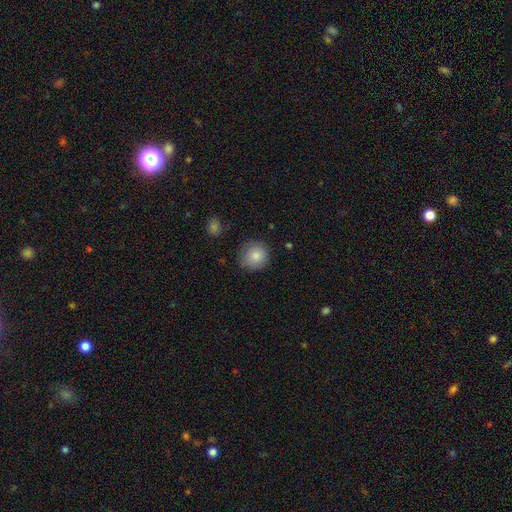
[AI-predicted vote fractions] Smooth or featured: smooth — 85% (star or artifact — 8%)
How rounded: round — 92% (in between — 7%)
Merging: none — 85% (minor disturbance — 11%)